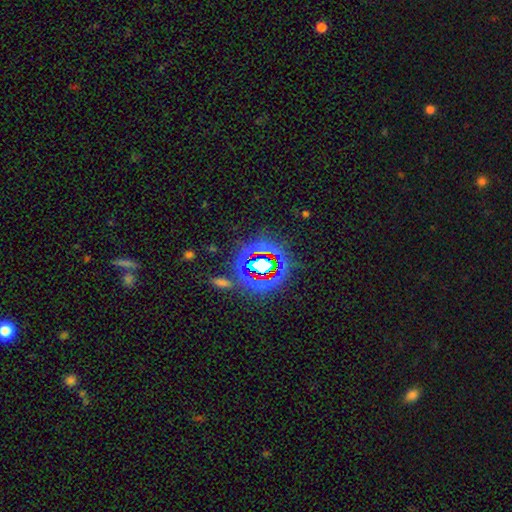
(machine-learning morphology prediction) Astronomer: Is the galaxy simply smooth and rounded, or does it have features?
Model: star or artifact — 70%.